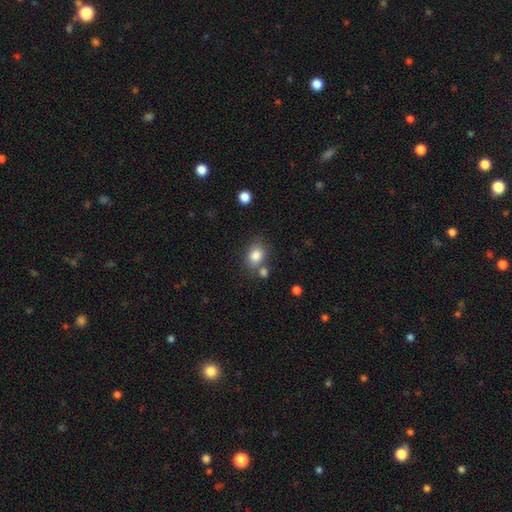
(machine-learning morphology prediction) smooth-or-featured: smooth: 84% | star or artifact: 9% | featured or disk: 7%
  how-rounded: in between: 61% | round: 37% | cigar-shaped: 1%
  merging: none: 65% | merger: 15% | minor disturbance: 15% | major disturbance: 5%